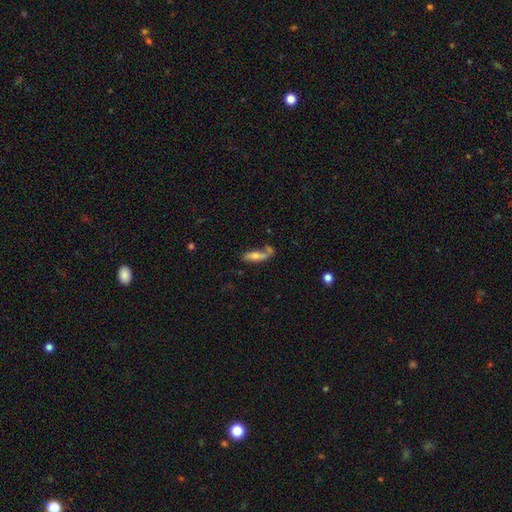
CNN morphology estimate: A smooth galaxy with no disk features (59%) that is cigar-shaped (55%). Merging: none (48%).